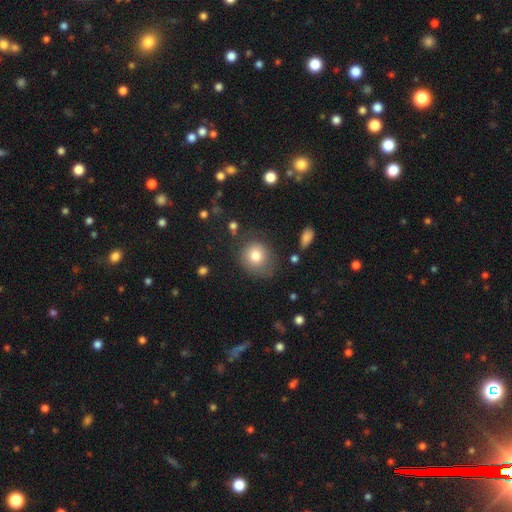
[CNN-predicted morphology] A smooth galaxy with no disk features (80%) that is round (78%). Merging: none (67%).